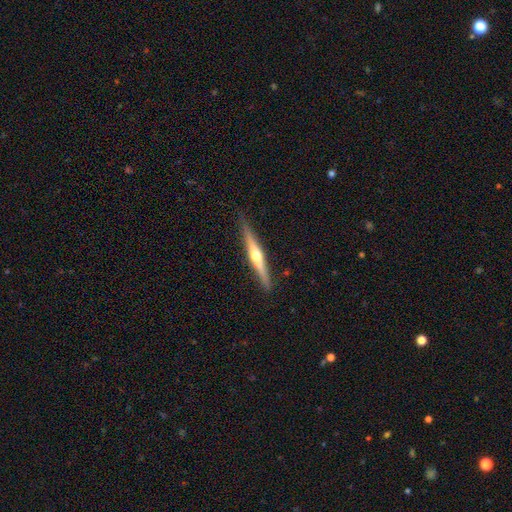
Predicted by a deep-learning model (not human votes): The model was most divided on "smooth or featured": featured or disk: 68%, smooth: 27%, star or artifact: 5%. More confident: edge-on disk — yes (97%); edge-on bulge — rounded (90%); merging — none (88%).